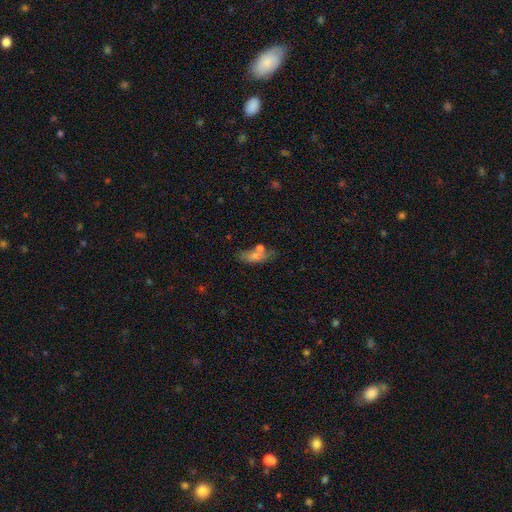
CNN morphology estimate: This appears to be a smooth galaxy with no disk features (66%) that is in between round and cigar-shaped (66%). Merging: none (62%).